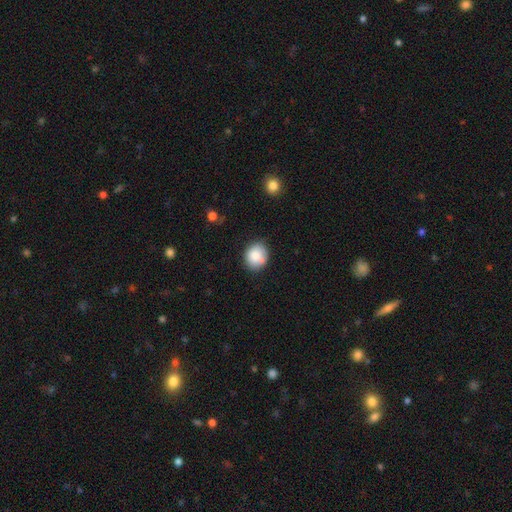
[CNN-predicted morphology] Smooth or featured? Predicted: smooth (p=0.82). How rounded? Predicted: round (p=0.69). Merging? Predicted: none (p=0.75).